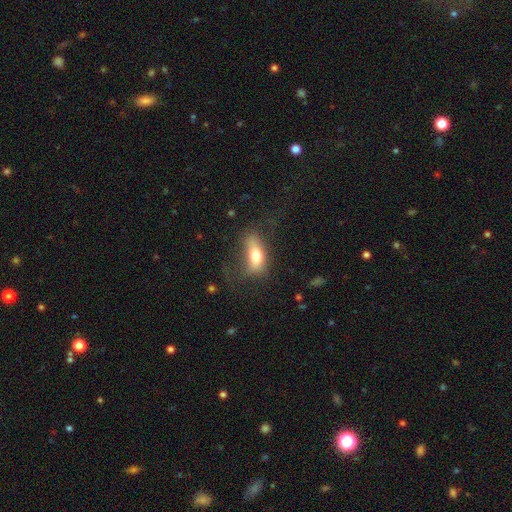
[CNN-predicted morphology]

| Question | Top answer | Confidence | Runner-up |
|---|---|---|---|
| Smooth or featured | smooth | 66% | featured or disk (26%) |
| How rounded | in between | 73% | cigar-shaped (22%) |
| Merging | none | 48% | minor disturbance (26%) |